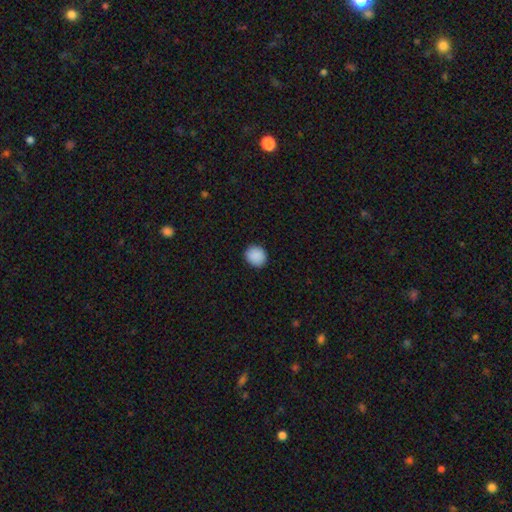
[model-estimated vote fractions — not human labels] Morphology: type=smooth (90%); roundness=round (83%); merging=none (91%).